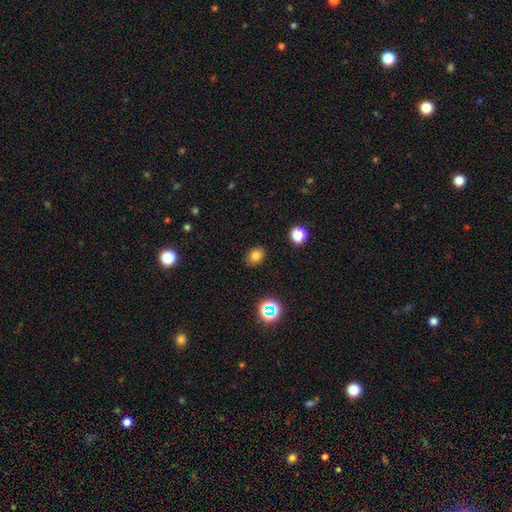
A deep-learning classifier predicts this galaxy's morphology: smooth_or_featured: smooth (p=0.78) [alt: star or artifact p=0.15]
how_rounded: in between (p=0.51) [alt: round p=0.48]
merging: none (p=0.87) [alt: minor disturbance p=0.09]